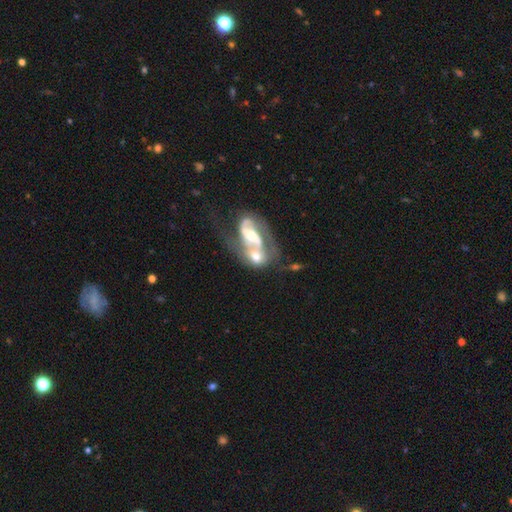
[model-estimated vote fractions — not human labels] The model was most divided on "bar": no: 42%, weak: 36%, strong: 21%. Remaining: edge-on disk — no (96%); spiral arms — yes (82%); spiral arm count — 2 (78%); smooth or featured — featured or disk (75%); merging — merger (64%); bulge size — moderate (50%); spiral winding — loose (48%).